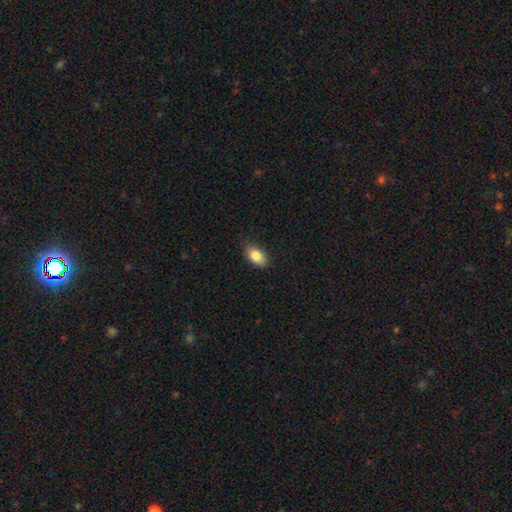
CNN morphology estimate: smooth 85%, featured or disk 7%, star or artifact 7%. Down the decision tree: how rounded — in between (91%); merging — none (78%).